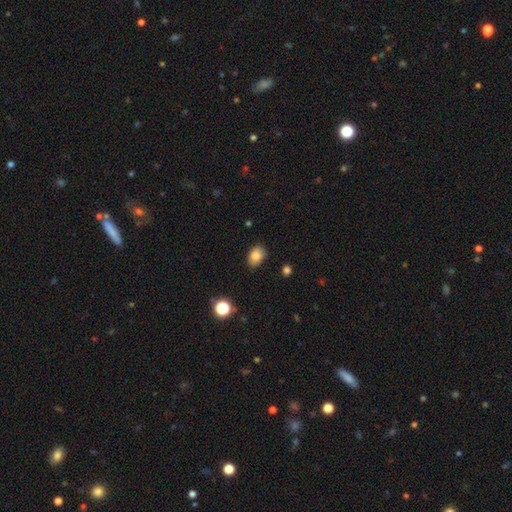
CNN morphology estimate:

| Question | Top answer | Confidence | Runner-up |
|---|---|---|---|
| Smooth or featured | smooth | 81% | featured or disk (10%) |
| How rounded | in between | 77% | round (21%) |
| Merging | none | 80% | minor disturbance (15%) |